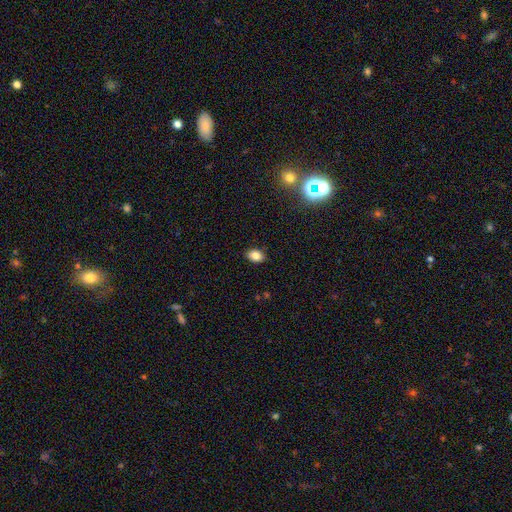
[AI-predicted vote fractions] A smooth galaxy with no disk features (83%) that is in between round and cigar-shaped (77%). Merging: none (88%).